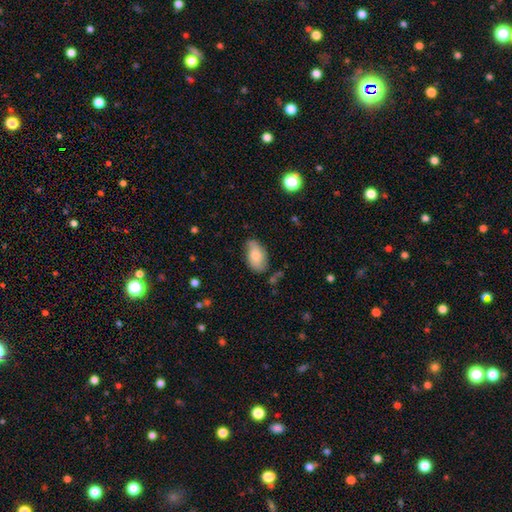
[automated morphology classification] This appears to be a smooth galaxy with no disk features (74%) that is in between round and cigar-shaped (93%). Merging: none (66%).